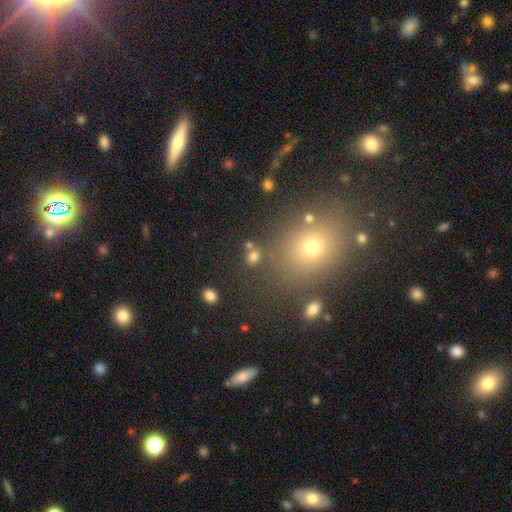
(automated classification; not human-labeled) smooth_or_featured: smooth (p=0.62) [alt: star or artifact p=0.27]
how_rounded: round (p=0.64) [alt: in between p=0.34]
merging: none (p=0.77) [alt: minor disturbance p=0.10]